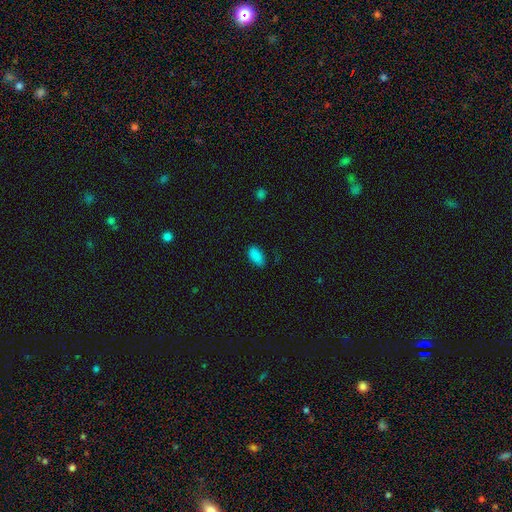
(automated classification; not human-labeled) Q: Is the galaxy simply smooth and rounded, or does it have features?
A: smooth — 87%.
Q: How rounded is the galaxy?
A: in between — 94%.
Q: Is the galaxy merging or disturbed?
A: none — 82%.